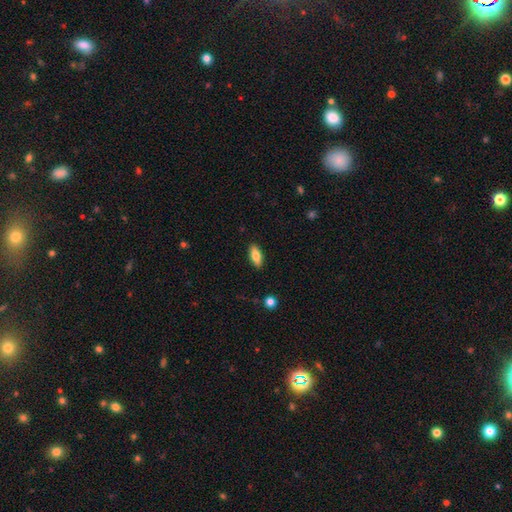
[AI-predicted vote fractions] smooth-or-featured: smooth: 76% | featured or disk: 17% | star or artifact: 7%
  how-rounded: in between: 77% | cigar-shaped: 20% | round: 2%
  merging: none: 89% | minor disturbance: 8% | major disturbance: 2% | merger: 1%